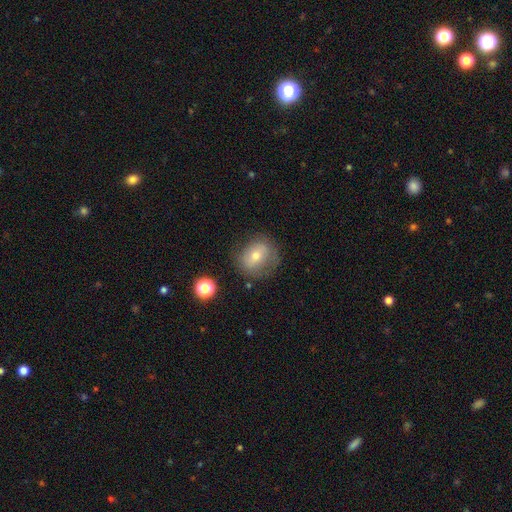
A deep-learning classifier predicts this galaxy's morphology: Smooth or featured: smooth — 56% (featured or disk — 33%)
How rounded: round — 63% (in between — 36%)
Merging: none — 69% (minor disturbance — 20%)